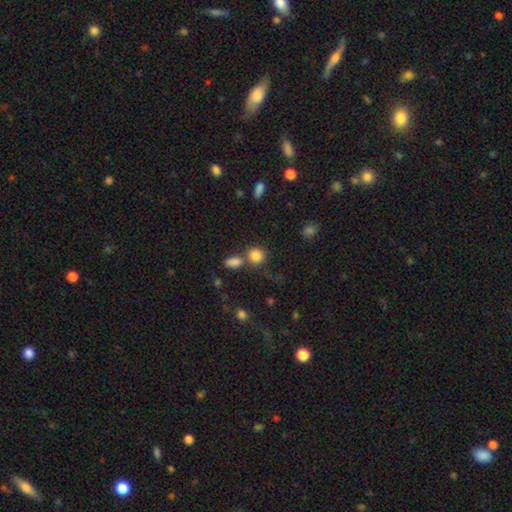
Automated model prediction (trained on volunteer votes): Overall: smooth (84%). How rounded: round (82%). Merging: none (60%; merger 25%).